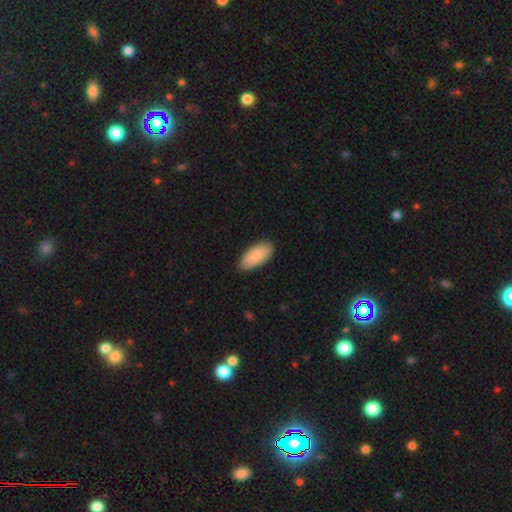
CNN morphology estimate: Q: Smooth or featured?
A: smooth (88%); runner-up: featured or disk (7%)
Q: How rounded?
A: in between (92%); runner-up: cigar-shaped (6%)
Q: Merging?
A: none (84%); runner-up: minor disturbance (13%)